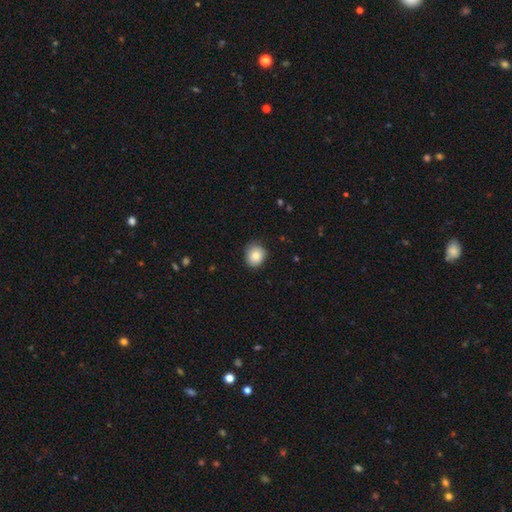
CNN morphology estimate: type=smooth (83%); roundness=round (78%); merging=none (81%).